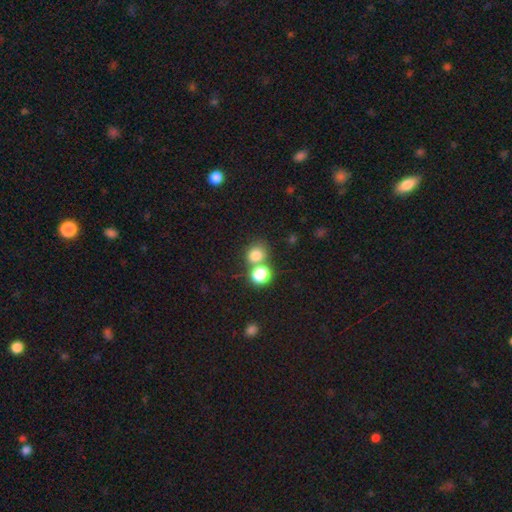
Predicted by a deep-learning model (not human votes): This is likely a smooth galaxy (78%). How rounded: likely round (78%). Merging: possibly none (51%).